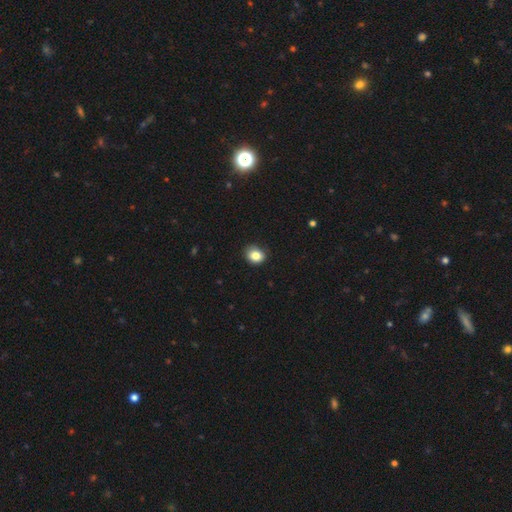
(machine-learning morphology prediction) smooth-or-featured: smooth: 84% | star or artifact: 10% | featured or disk: 6%
  how-rounded: round: 56% | in between: 43% | cigar-shaped: 1%
  merging: none: 83% | minor disturbance: 14% | major disturbance: 2% | merger: 1%